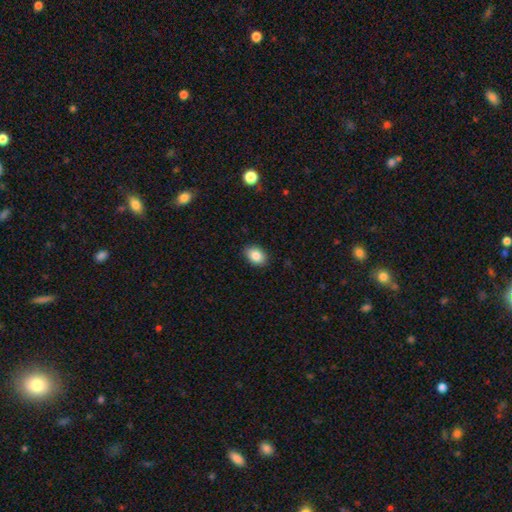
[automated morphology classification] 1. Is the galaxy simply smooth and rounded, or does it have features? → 86% smooth, 8% star or artifact, 6% featured or disk.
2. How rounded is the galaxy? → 83% in between, 16% round, 1% cigar-shaped.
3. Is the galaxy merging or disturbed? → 88% none, 9% minor disturbance, 2% major disturbance, 1% merger.